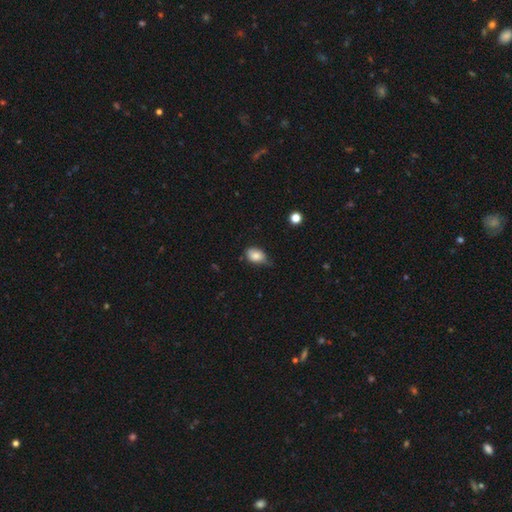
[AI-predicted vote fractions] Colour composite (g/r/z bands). It shows a smooth galaxy with no disk features (82%) that is in between round and cigar-shaped (83%). Merging: none (48%).